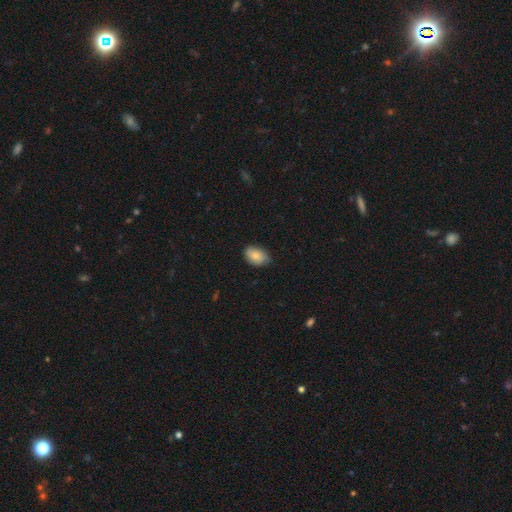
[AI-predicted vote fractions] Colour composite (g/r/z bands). It shows a smooth galaxy with no disk features (81%) that is in between round and cigar-shaped (87%). Merging: none (82%).